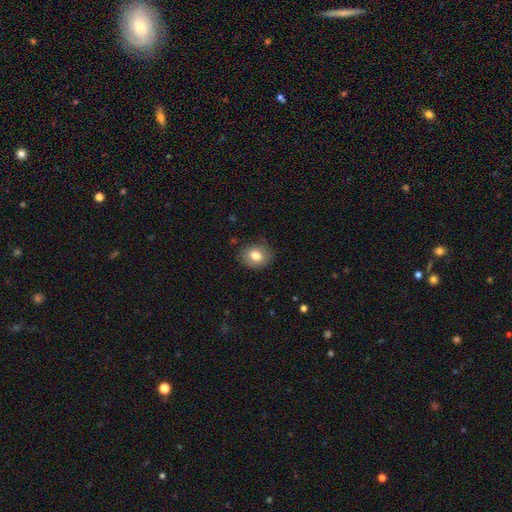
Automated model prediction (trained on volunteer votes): A smooth galaxy with no disk features (78%) that is round (58%). Merging: none (83%).